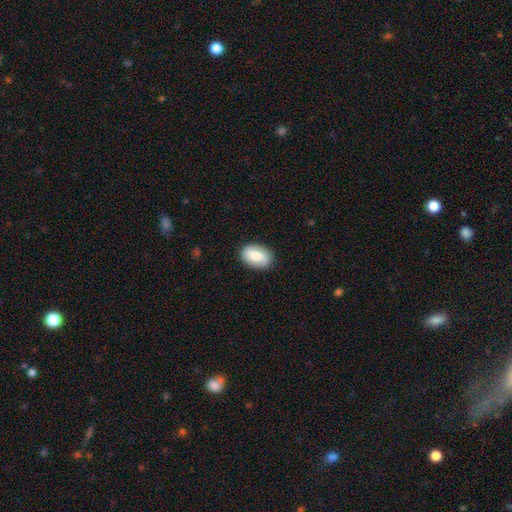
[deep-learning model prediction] This is clearly a smooth galaxy (82%). How rounded: clearly in between (84%). Merging: clearly none (87%).